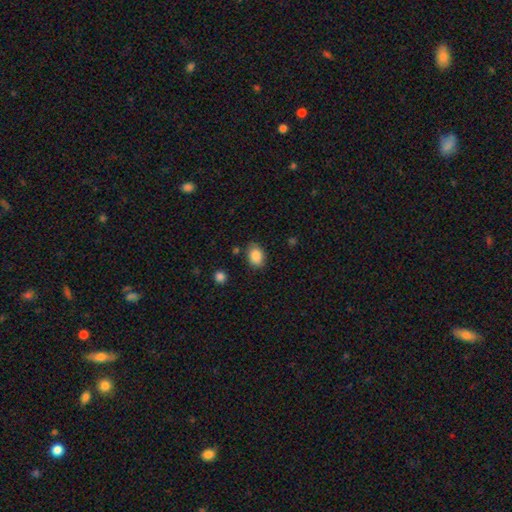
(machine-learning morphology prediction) Smooth or featured: smooth — 87% (star or artifact — 8%)
How rounded: in between — 77% (round — 22%)
Merging: none — 78% (minor disturbance — 16%)